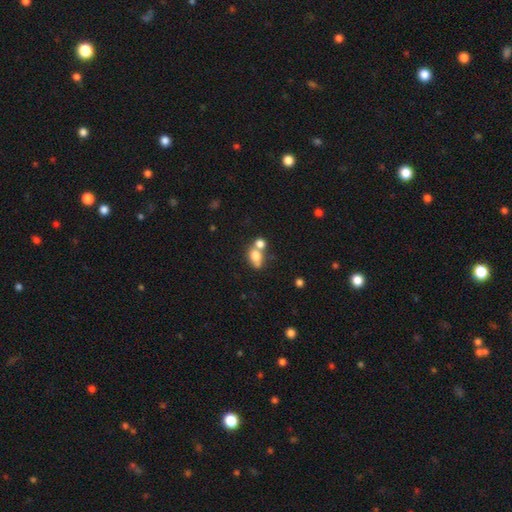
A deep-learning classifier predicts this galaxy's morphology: type=smooth (74%); roundness=in between (75%); merging=merger (49%).